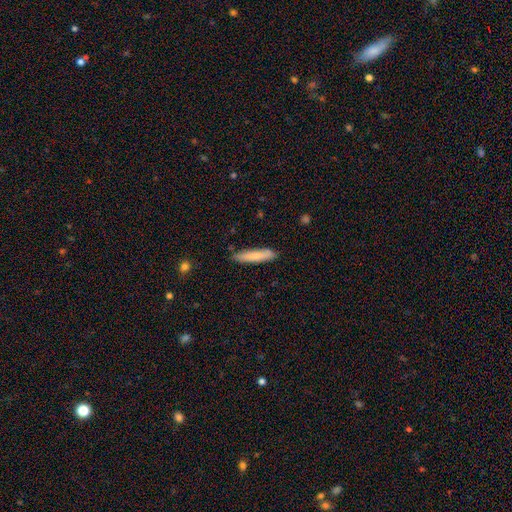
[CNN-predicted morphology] type=smooth (78%); roundness=cigar-shaped (87%); merging=none (86%).